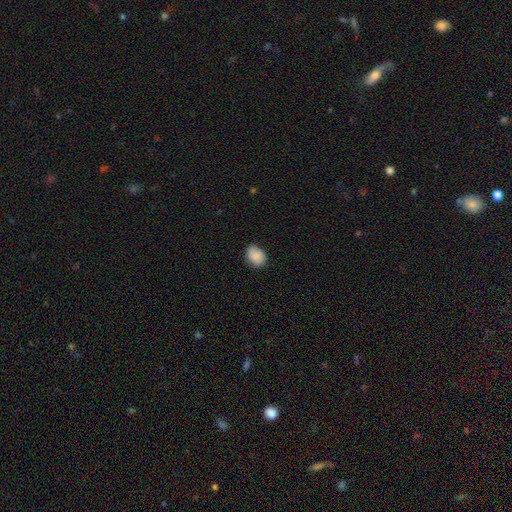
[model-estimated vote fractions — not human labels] This is clearly a smooth galaxy (84%). How rounded: possibly in between (50%). Merging: likely none (71%).